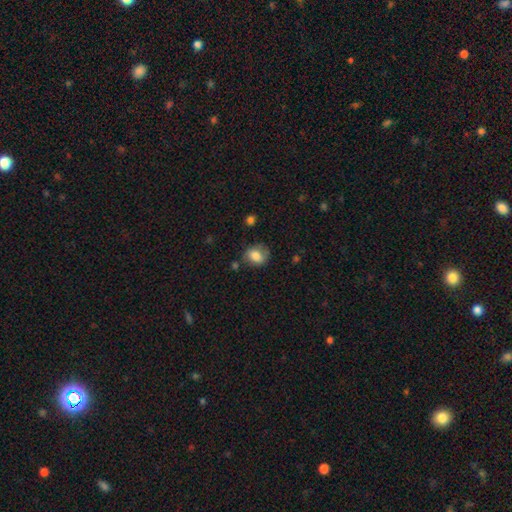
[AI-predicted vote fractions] A smooth galaxy with no disk features (77%) that is round (50%).

Vote fractions:
- Smooth or featured? smooth: 77% / featured or disk: 15% / star or artifact: 8%
- How rounded? round: 50% / in between: 49% / cigar-shaped: 1%
- Merging? none: 64% / minor disturbance: 24% / major disturbance: 9% / merger: 4%